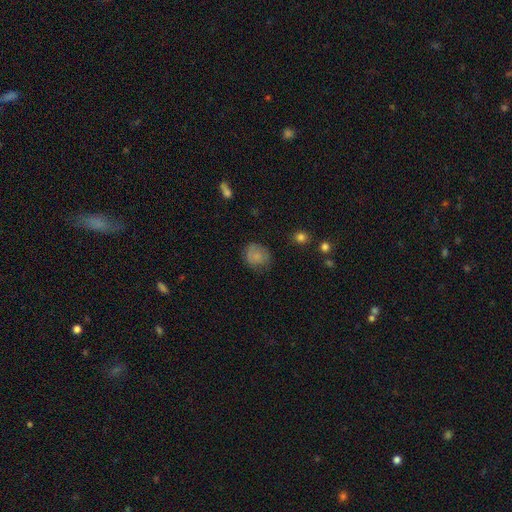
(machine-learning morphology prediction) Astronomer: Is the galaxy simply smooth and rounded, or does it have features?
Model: smooth — 74%.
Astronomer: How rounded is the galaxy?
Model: round — 73%.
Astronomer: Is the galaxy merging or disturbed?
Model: none — 66%.